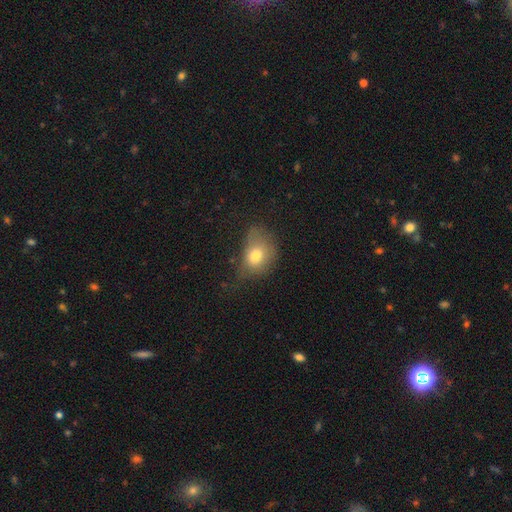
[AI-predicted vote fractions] Smooth or featured?
  - smooth: 74% *
  - featured or disk: 14%
  - star or artifact: 11%
How rounded?
  - in between: 61% *
  - round: 38%
  - cigar-shaped: 1%
Merging?
  - none: 39% *
  - minor disturbance: 36%
  - major disturbance: 22%
  - merger: 3%